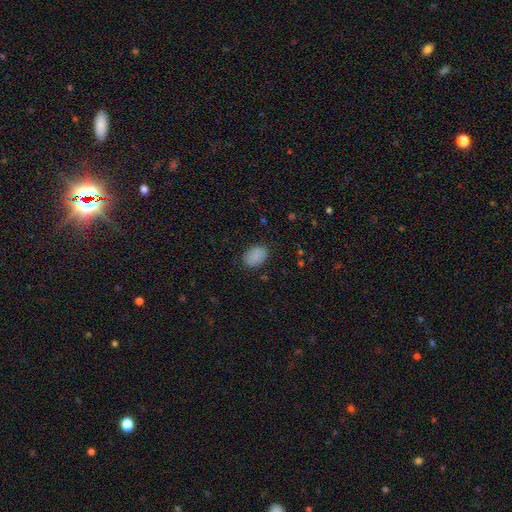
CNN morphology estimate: This appears to be a smooth galaxy with no disk features (87%) that is in between round and cigar-shaped (78%). Merging: none (83%).